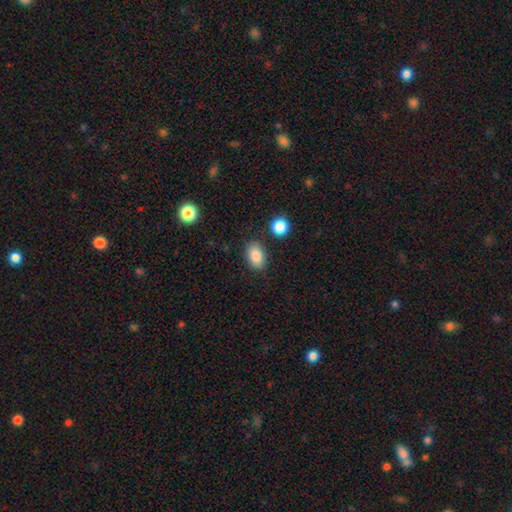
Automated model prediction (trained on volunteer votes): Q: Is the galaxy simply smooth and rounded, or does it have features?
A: smooth — 87%.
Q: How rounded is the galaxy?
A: in between — 87%.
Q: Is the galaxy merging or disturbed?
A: none — 82%.